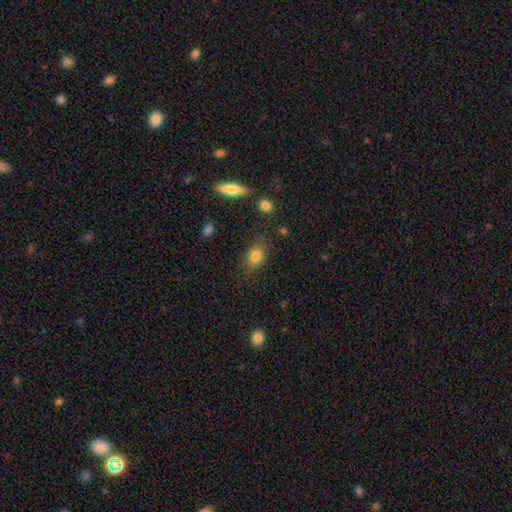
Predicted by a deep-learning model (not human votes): Q: Smooth or featured?
A: smooth (82%); runner-up: star or artifact (10%)
Q: How rounded?
A: in between (67%); runner-up: round (30%)
Q: Merging?
A: none (79%); runner-up: minor disturbance (14%)